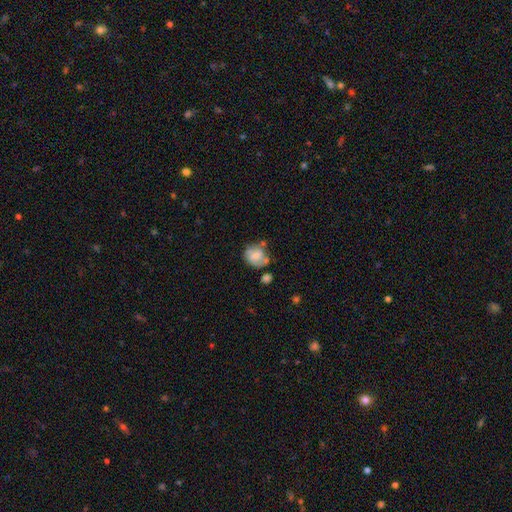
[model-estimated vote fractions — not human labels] This appears to be a smooth galaxy with no disk features (58%) that is round (61%). Merging: none (40%).